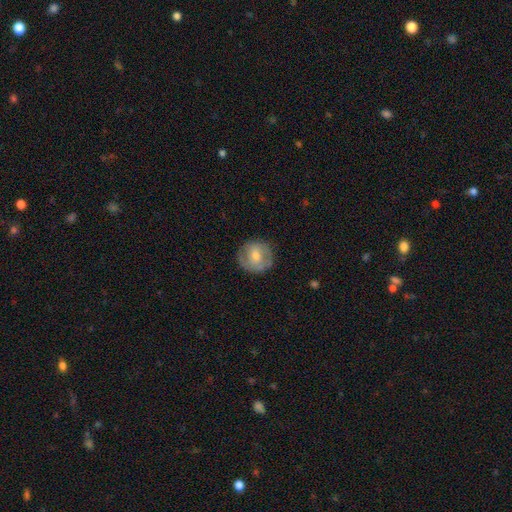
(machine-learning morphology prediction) type=featured or disk (48%); merging=none (81%).